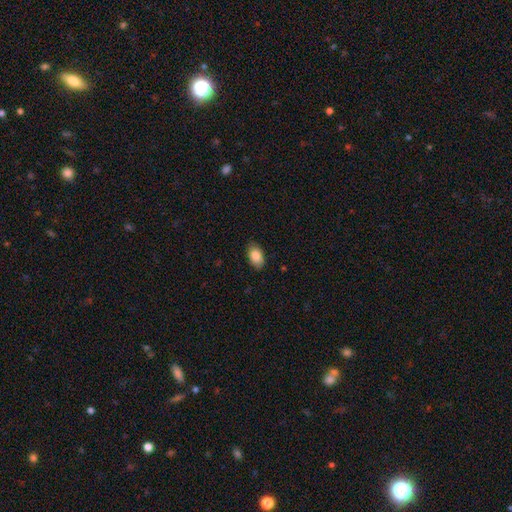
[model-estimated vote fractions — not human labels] A smooth galaxy with no disk features (85%) that is in between round and cigar-shaped (92%). Merging: none (85%).